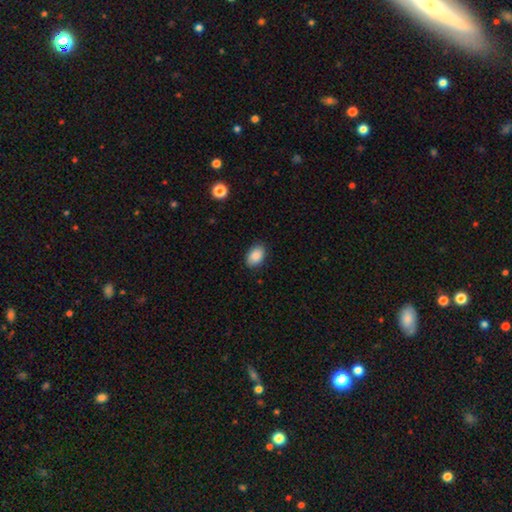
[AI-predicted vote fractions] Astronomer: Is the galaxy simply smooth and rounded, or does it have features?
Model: smooth — 89%.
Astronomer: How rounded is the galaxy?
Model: in between — 88%.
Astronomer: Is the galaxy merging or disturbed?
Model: none — 87%.